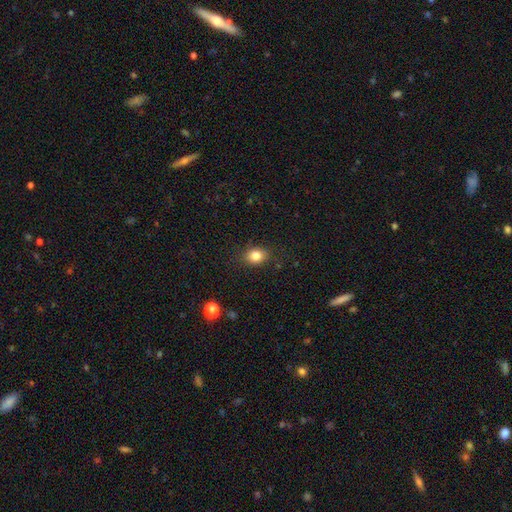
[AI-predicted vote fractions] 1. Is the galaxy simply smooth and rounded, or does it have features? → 83% smooth, 10% star or artifact, 7% featured or disk.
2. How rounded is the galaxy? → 59% in between, 40% round, 1% cigar-shaped.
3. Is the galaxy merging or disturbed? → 84% none, 11% minor disturbance, 3% major disturbance, 1% merger.